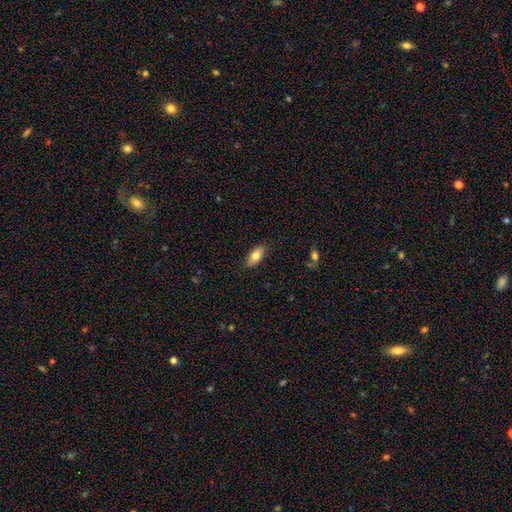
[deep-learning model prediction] This is likely a smooth galaxy (79%). How rounded: clearly in between (86%). Merging: clearly none (86%).